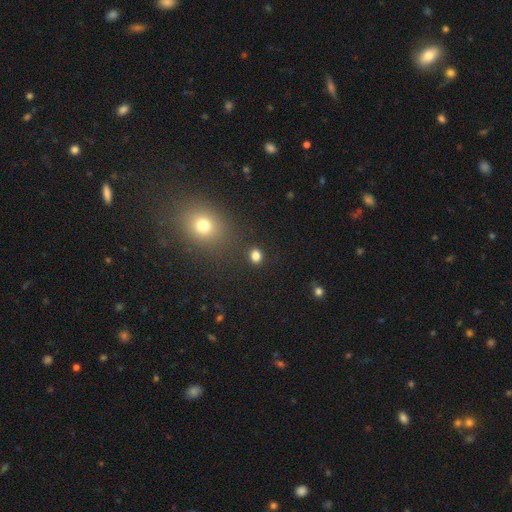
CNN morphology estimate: The model was most divided on "how rounded": round: 69%, in between: 30%, cigar-shaped: 1%. More confident: merging — none (87%); smooth or featured — smooth (80%).